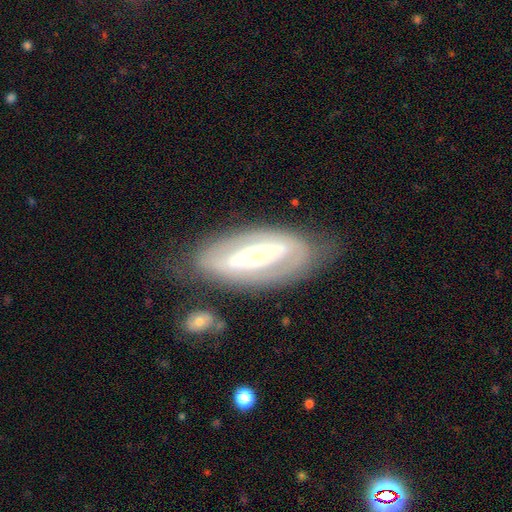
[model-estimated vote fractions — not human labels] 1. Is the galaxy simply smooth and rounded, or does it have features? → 76% featured or disk, 18% smooth, 5% star or artifact.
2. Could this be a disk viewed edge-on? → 84% no, 16% yes.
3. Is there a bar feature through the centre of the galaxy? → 59% strong, 22% no, 20% weak.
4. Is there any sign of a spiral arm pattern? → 55% no, 45% yes.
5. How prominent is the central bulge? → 63% moderate, 19% large, 14% small, 3% dominant, 1% none.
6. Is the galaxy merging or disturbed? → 74% none, 15% minor disturbance, 8% major disturbance, 3% merger.